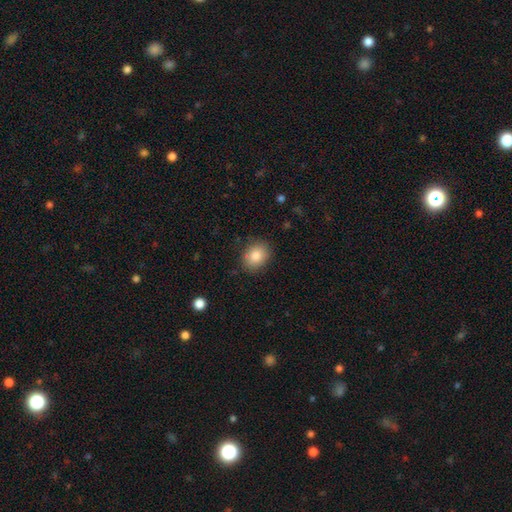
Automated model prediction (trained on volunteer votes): A smooth galaxy with no disk features (85%) that is in between round and cigar-shaped (57%).

Vote fractions:
- Smooth or featured? smooth: 85% / star or artifact: 8% / featured or disk: 6%
- How rounded? in between: 57% / round: 42% / cigar-shaped: 1%
- Merging? none: 86% / minor disturbance: 10% / major disturbance: 3% / merger: 1%